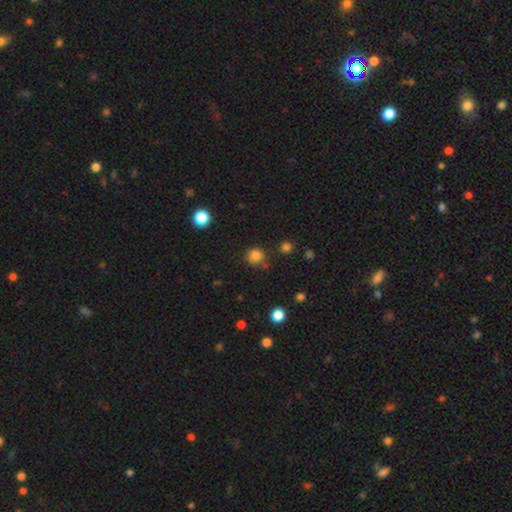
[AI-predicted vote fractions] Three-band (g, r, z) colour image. It shows a smooth galaxy with no disk features (82%) that is round (88%). Merging: none (79%).